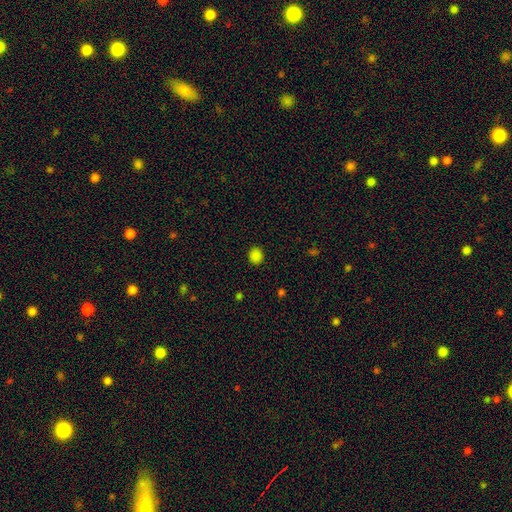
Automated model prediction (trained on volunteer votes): A smooth galaxy with no disk features (84%) that is round (75%).

Vote fractions:
- Smooth or featured? smooth: 84% / star or artifact: 13% / featured or disk: 3%
- How rounded? round: 75% / in between: 24% / cigar-shaped: 1%
- Merging? none: 89% / minor disturbance: 8% / major disturbance: 2% / merger: 1%